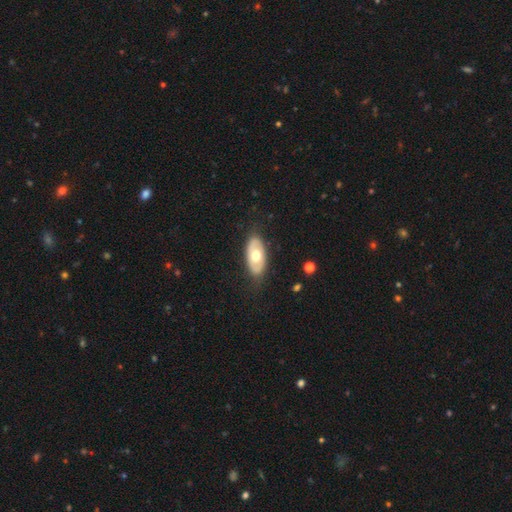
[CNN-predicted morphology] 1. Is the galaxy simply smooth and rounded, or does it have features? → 49% smooth, 46% featured or disk, 5% star or artifact.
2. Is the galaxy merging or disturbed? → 80% none, 15% minor disturbance, 4% major disturbance, 1% merger.